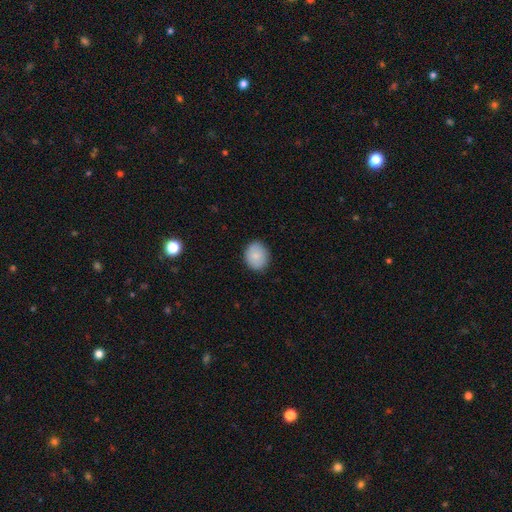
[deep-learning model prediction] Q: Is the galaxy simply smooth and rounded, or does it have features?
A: smooth — 83%.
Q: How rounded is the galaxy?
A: round — 61%.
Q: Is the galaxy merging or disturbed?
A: none — 87%.